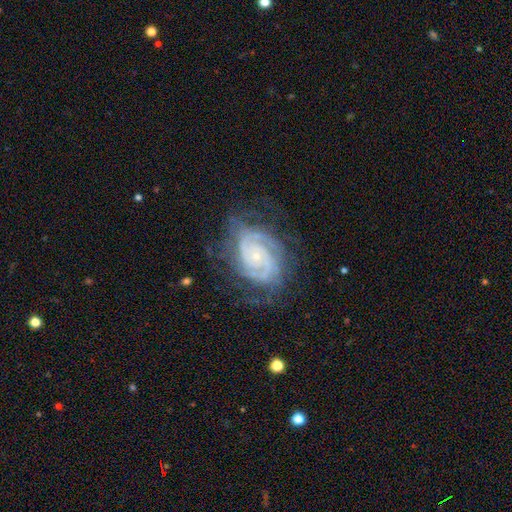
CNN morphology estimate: A featured or disk galaxy (90%) with no bar (71%), 2 (41%) tight (72%) spiral arms (98%) and a small central bulge (81%).

Vote fractions:
- Smooth or featured? featured or disk: 90% / star or artifact: 6% / smooth: 5%
- Edge-on disk? no: 97% / yes: 3%
- Bar? no: 71% / weak: 22% / strong: 7%
- Spiral arms? yes: 98% / no: 2%
- Spiral winding? tight: 72% / medium: 24% / loose: 4%
- Spiral arm count? 2: 41% / 3: 22% / can't tell: 16% / 4: 10% / more than 4: 6% / 1: 5%
- Bulge size? small: 81% / moderate: 14% / none: 2% / large: 1% / dominant: 1%
- Merging? none: 70% / minor disturbance: 19% / major disturbance: 9% / merger: 1%